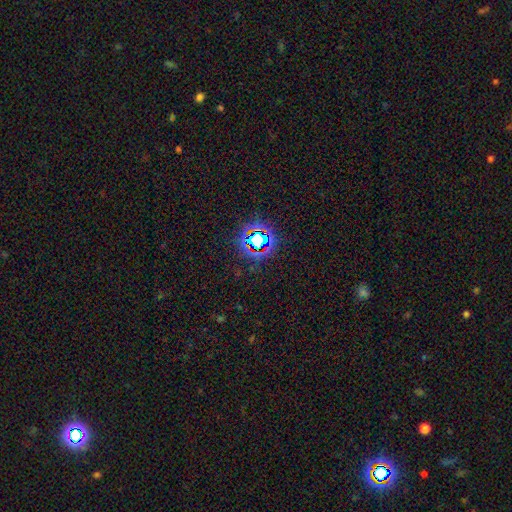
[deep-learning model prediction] Morphology: type=star or artifact (78%).